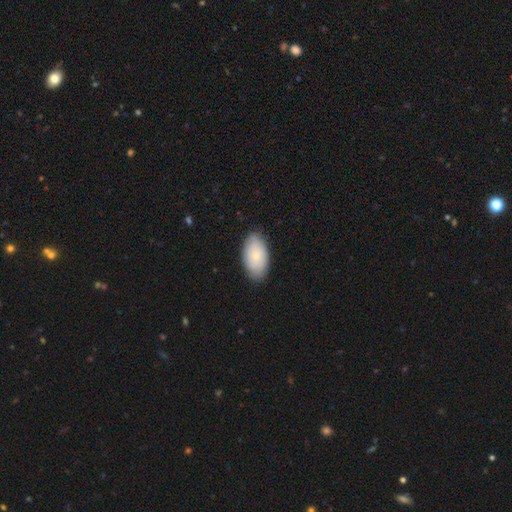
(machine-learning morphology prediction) Overall: smooth (70%). How rounded: in between (95%). Merging: none (82%).